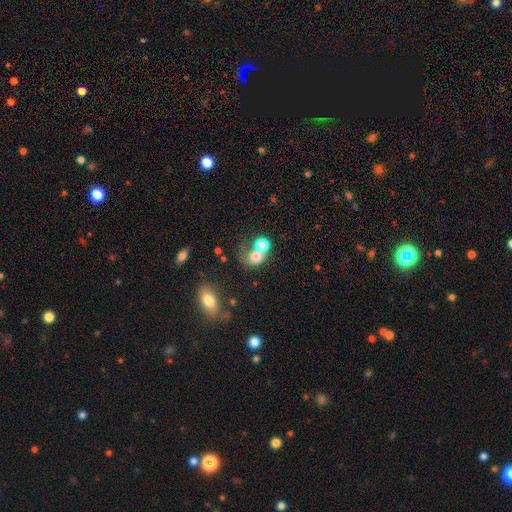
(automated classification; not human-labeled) smooth 69%, featured or disk 19%, star or artifact 12%. Down the decision tree: how rounded — round (61%); merging — merger (56%).